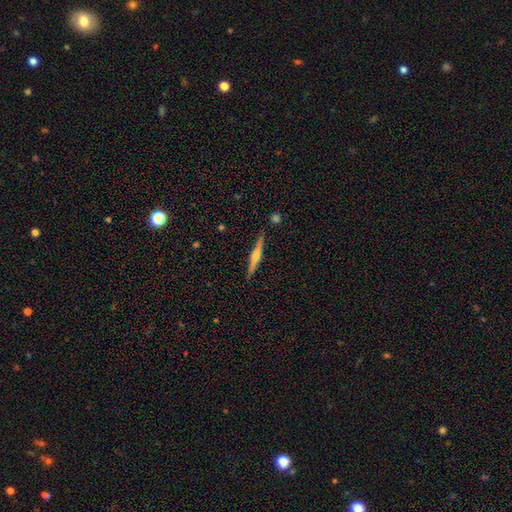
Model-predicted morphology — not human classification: A featured or disk galaxy (71%) viewed edge-on (98%) with a rounded central bulge (75%). Merging: none (90%).